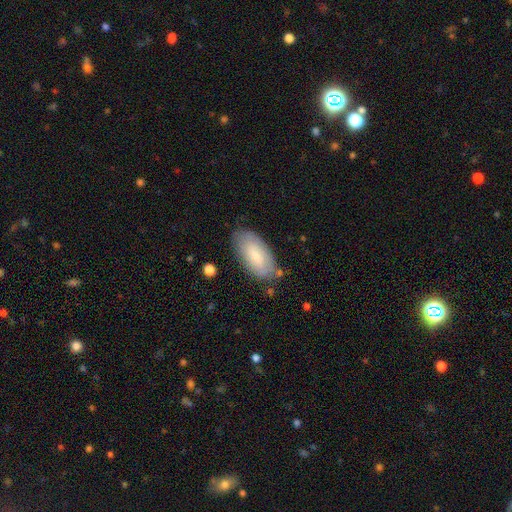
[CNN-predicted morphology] Smooth or featured: smooth — 72% (featured or disk — 22%)
How rounded: in between — 93% (cigar-shaped — 5%)
Merging: none — 75% (minor disturbance — 18%)